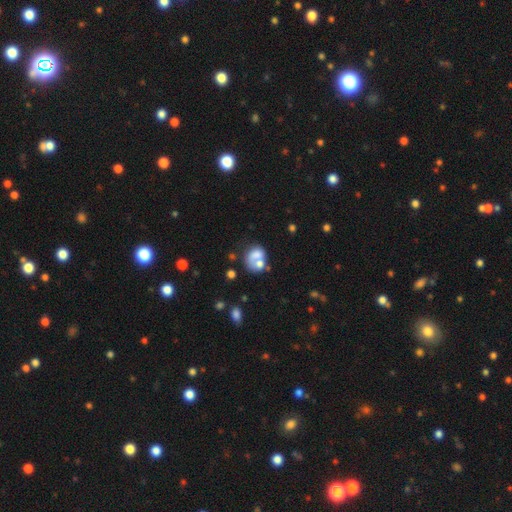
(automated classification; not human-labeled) A smooth galaxy with no disk features (61%) that is round (51%). Merging: merger (46%).